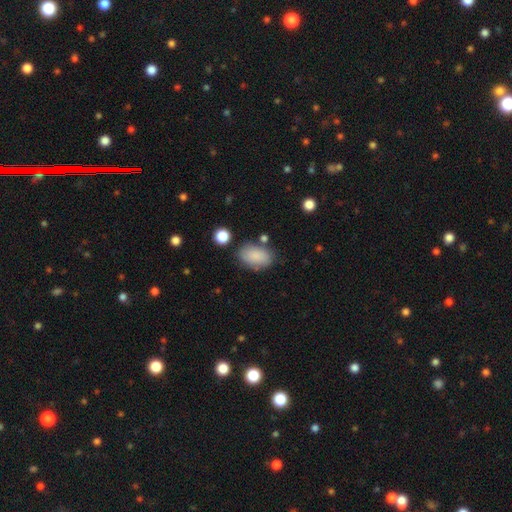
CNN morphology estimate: Smooth or featured? Predicted: smooth (p=0.85). How rounded? Predicted: in between (p=0.88). Merging? Predicted: none (p=0.71).